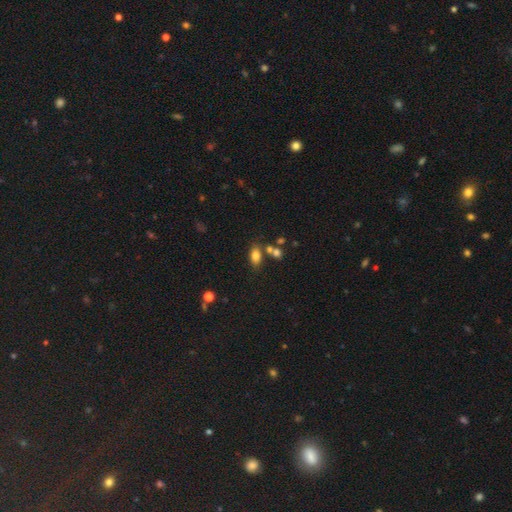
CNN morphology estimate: Smooth or featured?
  - smooth: 80% *
  - star or artifact: 11%
  - featured or disk: 9%
How rounded?
  - in between: 87% *
  - round: 9%
  - cigar-shaped: 4%
Merging?
  - none: 65% *
  - merger: 18%
  - minor disturbance: 13%
  - major disturbance: 4%